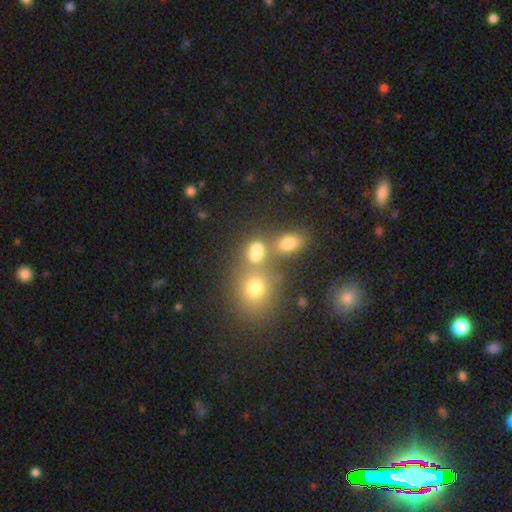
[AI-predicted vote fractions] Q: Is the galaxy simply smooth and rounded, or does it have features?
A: smooth — 71%.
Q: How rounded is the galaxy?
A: round — 55%.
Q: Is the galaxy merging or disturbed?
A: none — 46%.